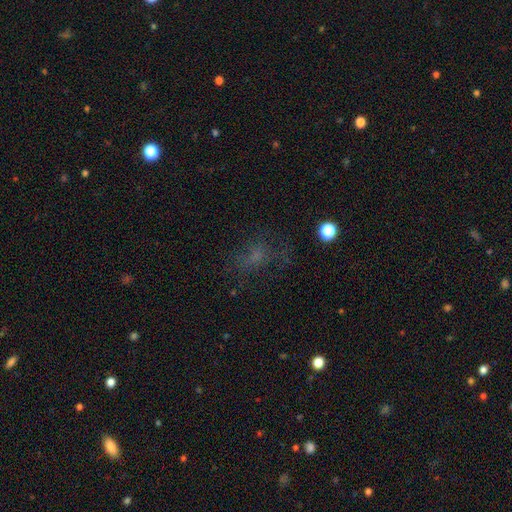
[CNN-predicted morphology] Smooth or featured?
  - smooth: 44% *
  - star or artifact: 32%
  - featured or disk: 24%
Merging?
  - none: 57% *
  - major disturbance: 22%
  - minor disturbance: 18%
  - merger: 3%